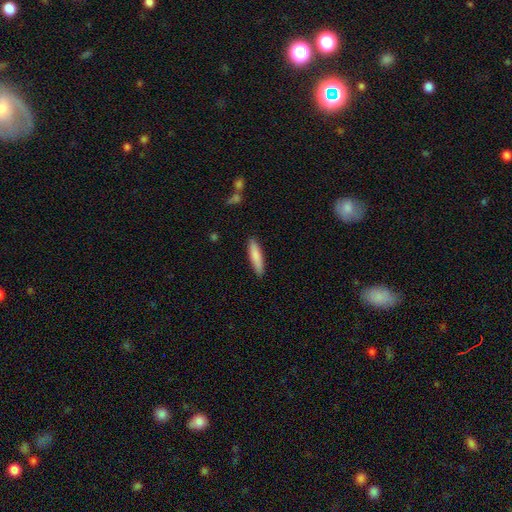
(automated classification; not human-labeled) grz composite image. It shows a smooth galaxy with no disk features (83%) that is cigar-shaped (78%). Merging: none (89%).